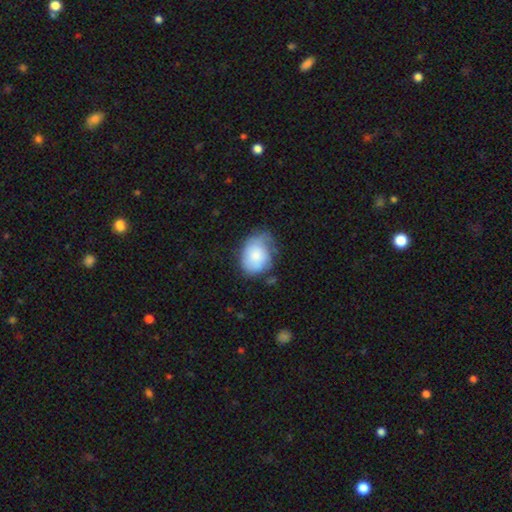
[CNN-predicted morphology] Smooth or featured?
  - smooth: 73% *
  - featured or disk: 20%
  - star or artifact: 7%
How rounded?
  - in between: 64% *
  - round: 35%
  - cigar-shaped: 1%
Merging?
  - minor disturbance: 39% * (tied)
  - none: 39% * (tied)
  - major disturbance: 19%
  - merger: 4%